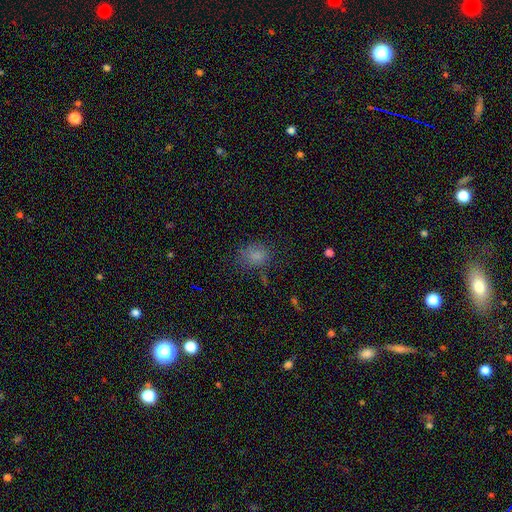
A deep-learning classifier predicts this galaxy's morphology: smooth 79%, star or artifact 15%, featured or disk 7%. Down the decision tree: how rounded — in between (51%); merging — none (71%).